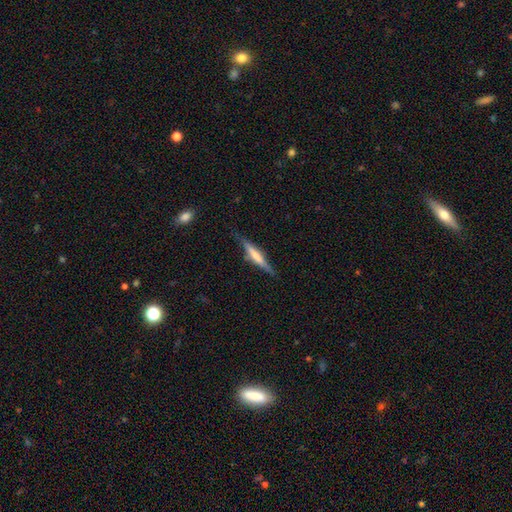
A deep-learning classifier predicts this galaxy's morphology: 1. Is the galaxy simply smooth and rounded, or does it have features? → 57% featured or disk, 37% smooth, 6% star or artifact.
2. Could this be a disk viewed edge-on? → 95% yes, 5% no.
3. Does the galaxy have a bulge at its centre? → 45% rounded, 29% boxy, 26% none.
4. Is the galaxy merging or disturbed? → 79% none, 15% minor disturbance, 4% major disturbance, 2% merger.